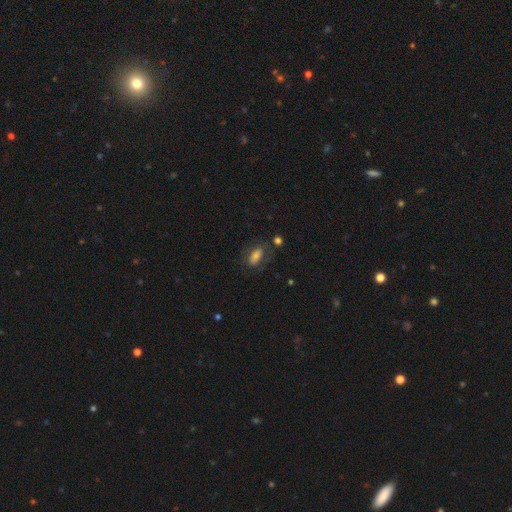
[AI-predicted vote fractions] smooth 68%, featured or disk 20%, star or artifact 11%. Down the decision tree: how rounded — in between (84%); merging — none (64%).